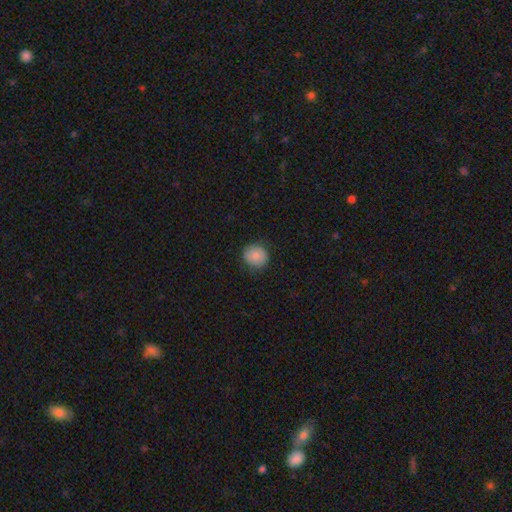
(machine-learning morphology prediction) Smooth or featured?
  - smooth: 83% *
  - featured or disk: 9%
  - star or artifact: 8%
How rounded?
  - round: 85% *
  - in between: 14%
  - cigar-shaped: 1%
Merging?
  - none: 81% *
  - minor disturbance: 15%
  - major disturbance: 3%
  - merger: 1%